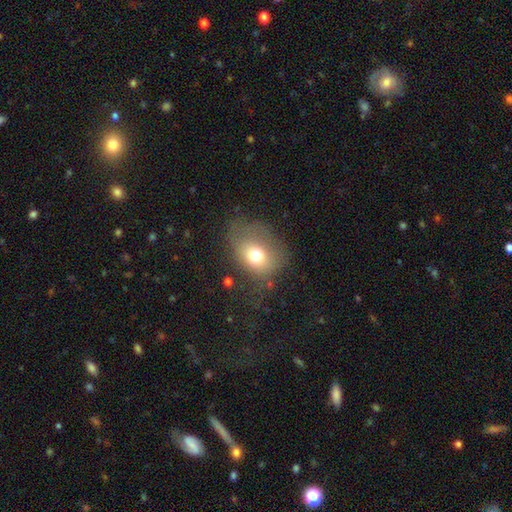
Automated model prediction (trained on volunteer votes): The model was most divided on "how rounded": in between: 53%, round: 46%, cigar-shaped: 1%. Remaining: smooth or featured — smooth (69%); merging — none (46%).